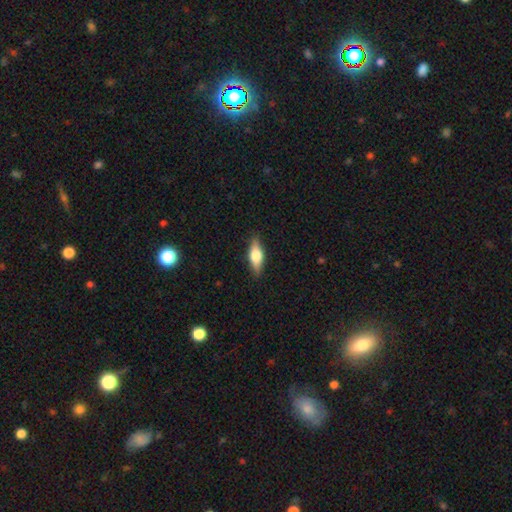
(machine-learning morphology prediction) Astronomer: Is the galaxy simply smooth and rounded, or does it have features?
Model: smooth — 56% (runner-up: featured or disk, 37%).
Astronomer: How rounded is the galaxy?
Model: in between — 64%.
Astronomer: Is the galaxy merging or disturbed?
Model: none — 87%.